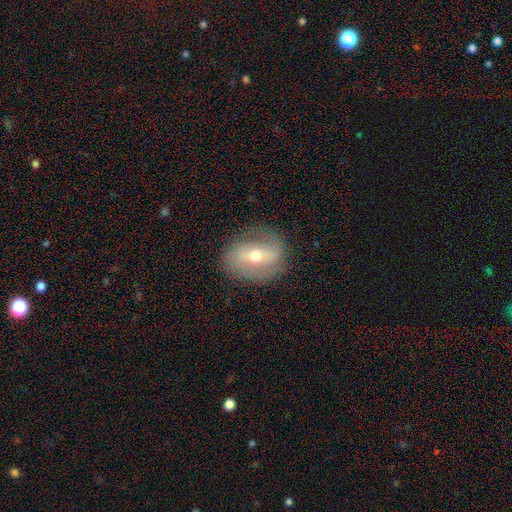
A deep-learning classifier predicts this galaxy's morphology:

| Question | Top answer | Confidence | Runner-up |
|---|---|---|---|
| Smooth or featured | featured or disk | 59% | smooth (32%) |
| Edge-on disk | no | 90% | yes (10%) |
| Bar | strong | 40% | weak (35%) |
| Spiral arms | yes | 55% | no (45%) |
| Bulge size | moderate | 65% | small (29%) |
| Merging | none | 78% | minor disturbance (15%) |